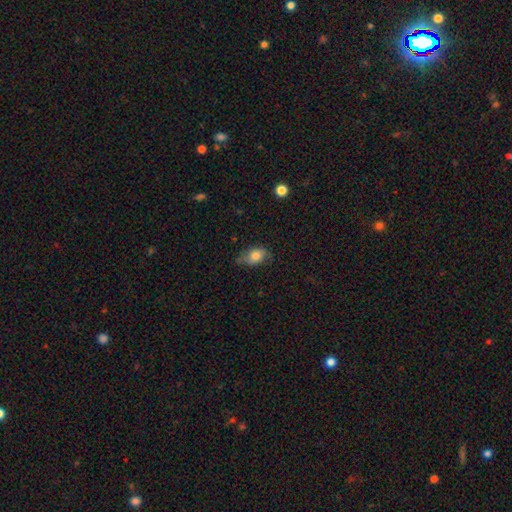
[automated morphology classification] Smooth or featured? smooth (74%)
How rounded? in between (78%)
Merging? none (52%)